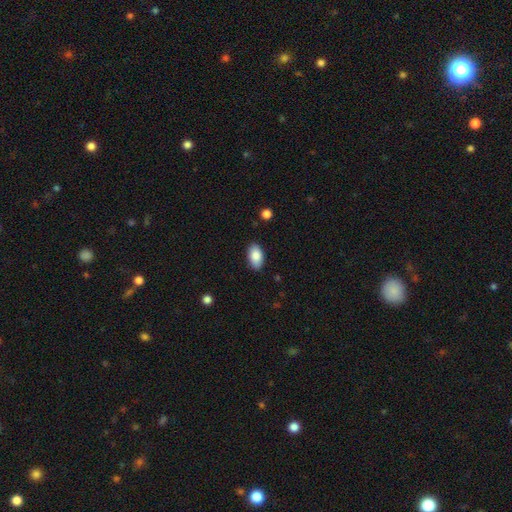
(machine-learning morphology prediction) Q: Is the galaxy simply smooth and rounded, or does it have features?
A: smooth — 86%.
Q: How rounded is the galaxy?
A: in between — 94%.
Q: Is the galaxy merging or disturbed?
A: none — 87%.